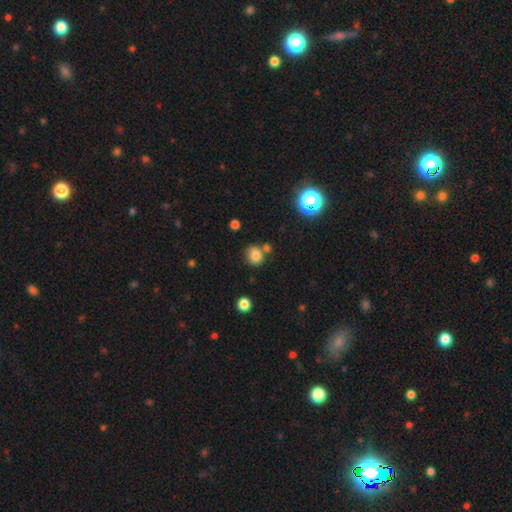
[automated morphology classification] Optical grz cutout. It shows a smooth galaxy with no disk features (79%) that is round (81%). Merging: none (67%).